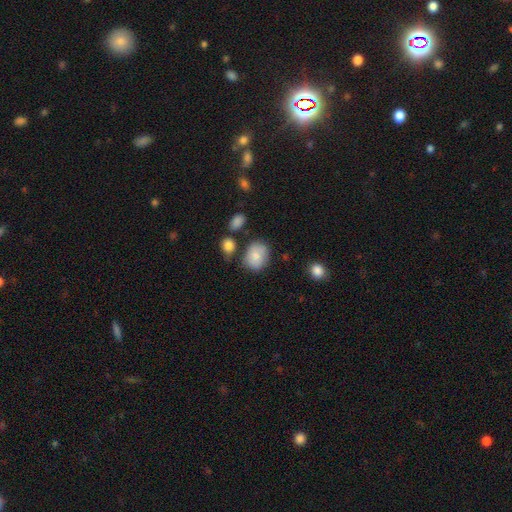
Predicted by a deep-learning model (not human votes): Smooth or featured?
  - smooth: 80% *
  - featured or disk: 12%
  - star or artifact: 8%
How rounded?
  - in between: 50% *
  - round: 49%
  - cigar-shaped: 1%
Merging?
  - none: 67% *
  - minor disturbance: 20%
  - merger: 8%
  - major disturbance: 5%